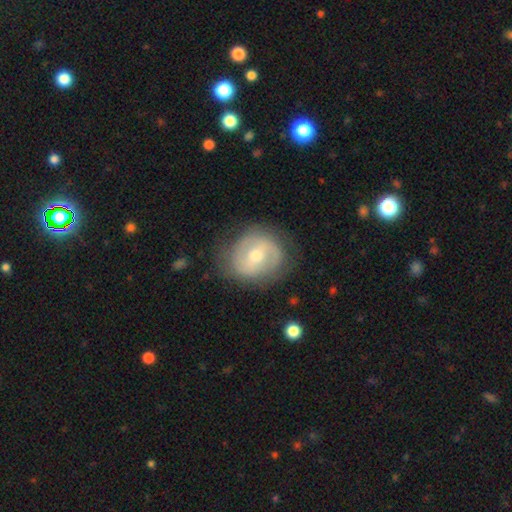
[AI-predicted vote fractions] The model was most divided on "bar": weak: 48%, no: 32%, strong: 20%. More confident: edge-on disk — no (96%); merging — none (75%); spiral arms — yes (71%); bulge size — moderate (64%); smooth or featured — featured or disk (61%).